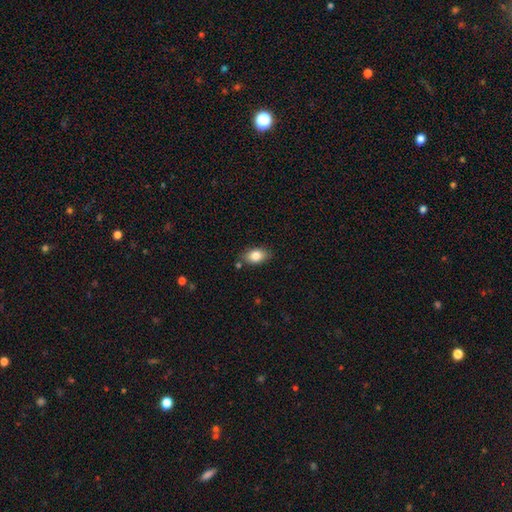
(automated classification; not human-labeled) smooth-or-featured: smooth: 83% | featured or disk: 9% | star or artifact: 8%
  how-rounded: in between: 86% | round: 12% | cigar-shaped: 2%
  merging: none: 79% | minor disturbance: 14% | merger: 4% | major disturbance: 3%